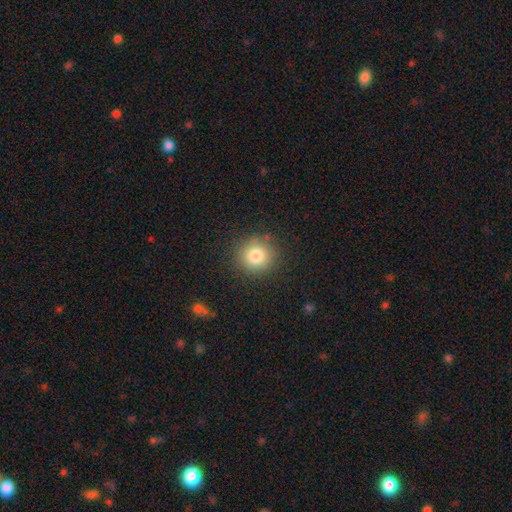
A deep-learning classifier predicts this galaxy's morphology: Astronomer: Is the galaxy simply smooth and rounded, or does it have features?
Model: smooth — 81%.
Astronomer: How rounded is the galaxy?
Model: round — 91%.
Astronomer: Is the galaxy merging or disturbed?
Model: none — 87%.